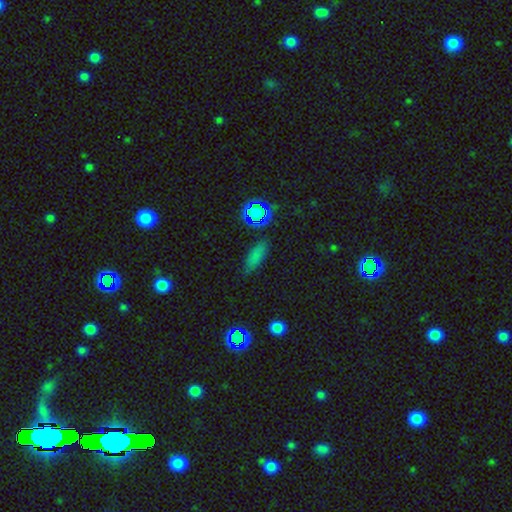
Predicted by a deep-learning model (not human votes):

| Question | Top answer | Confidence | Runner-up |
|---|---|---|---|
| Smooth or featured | smooth | 69% | star or artifact (22%) |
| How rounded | in between | 61% | cigar-shaped (34%) |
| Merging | none | 80% | minor disturbance (14%) |